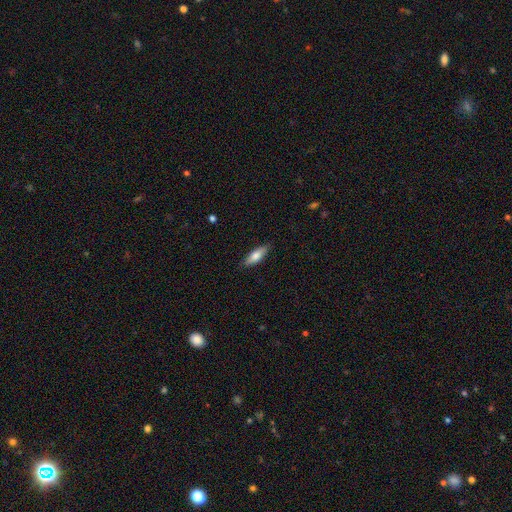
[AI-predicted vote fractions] A smooth galaxy with no disk features (72%) that is in between round and cigar-shaped (52%). Merging: none (86%).